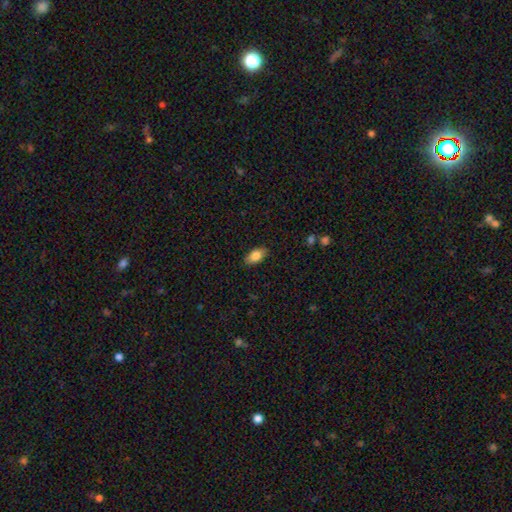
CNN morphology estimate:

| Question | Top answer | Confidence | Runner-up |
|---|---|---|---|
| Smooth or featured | smooth | 82% | featured or disk (11%) |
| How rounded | in between | 91% | cigar-shaped (5%) |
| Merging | none | 87% | minor disturbance (10%) |